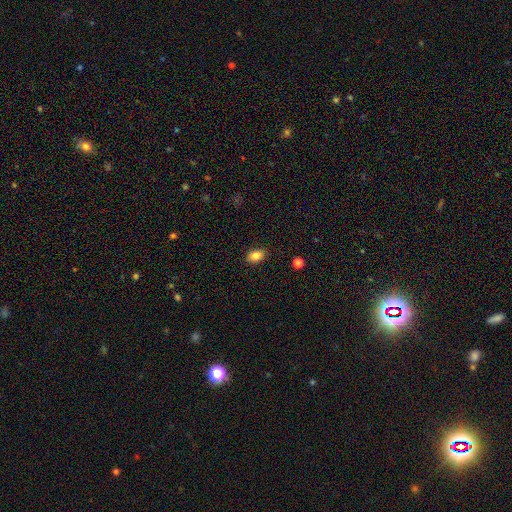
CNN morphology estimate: Smooth or featured? smooth (83%)
How rounded? in between (85%)
Merging? none (88%)